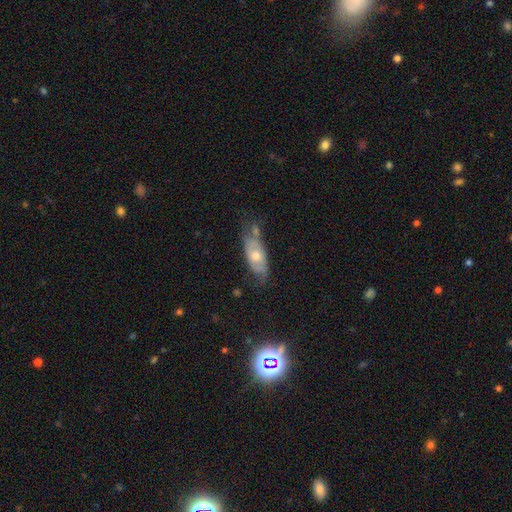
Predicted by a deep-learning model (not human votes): Smooth or featured?
  - featured or disk: 48% *
  - smooth: 44%
  - star or artifact: 8%
Merging?
  - none: 54% *
  - minor disturbance: 27%
  - merger: 10%
  - major disturbance: 9%